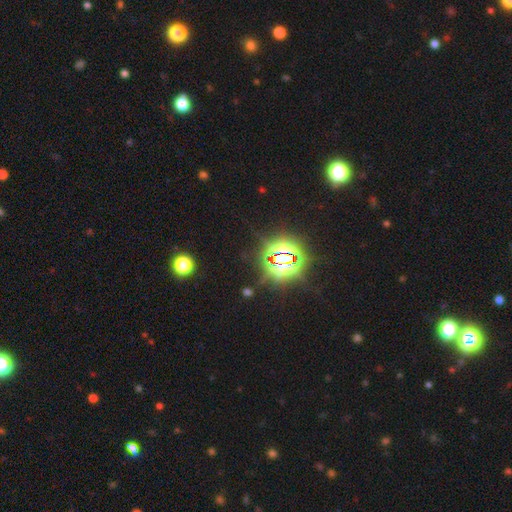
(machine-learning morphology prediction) star or artifact 82%, smooth 12%, featured or disk 6%.